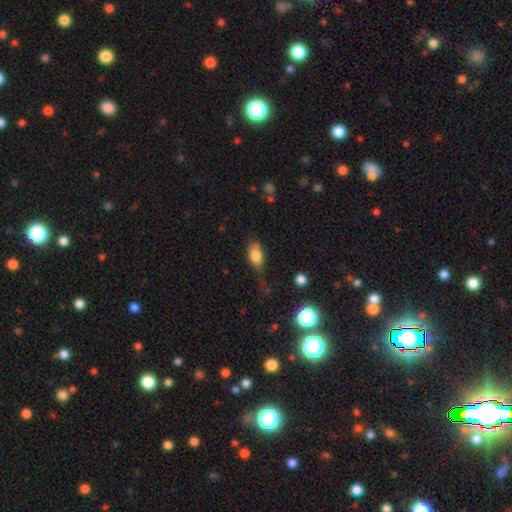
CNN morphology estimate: smooth_or_featured: smooth (p=0.78) [alt: featured or disk p=0.14]
how_rounded: in between (p=0.85) [alt: round p=0.07]
merging: none (p=0.46) [alt: minor disturbance p=0.31]